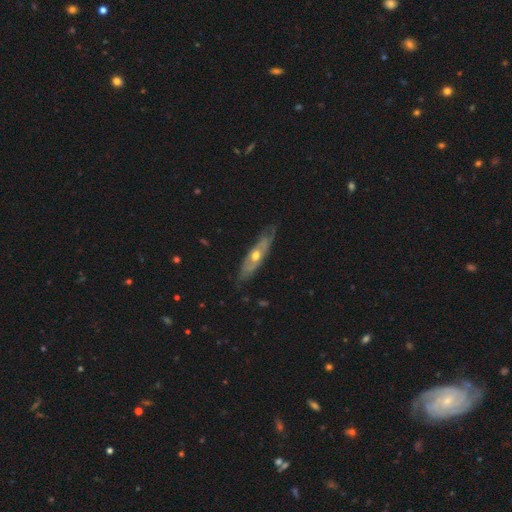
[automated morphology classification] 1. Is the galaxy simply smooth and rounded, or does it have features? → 69% featured or disk, 26% smooth, 5% star or artifact.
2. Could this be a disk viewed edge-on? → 61% no, 39% yes.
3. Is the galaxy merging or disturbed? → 72% none, 21% minor disturbance, 6% major disturbance, 2% merger.